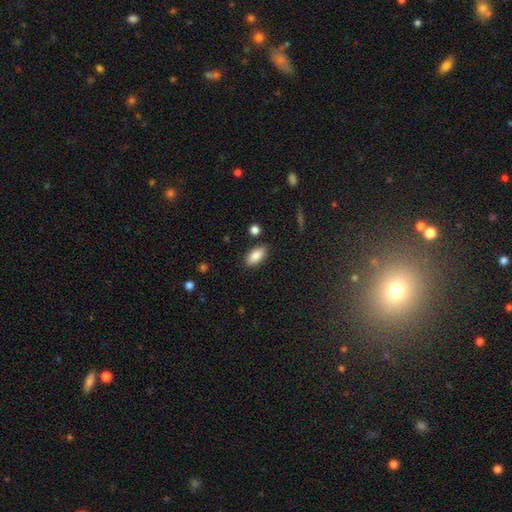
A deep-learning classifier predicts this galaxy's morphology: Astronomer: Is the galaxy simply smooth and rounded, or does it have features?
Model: smooth — 85%.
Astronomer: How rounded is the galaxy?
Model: in between — 90%.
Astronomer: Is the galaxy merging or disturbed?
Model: none — 86%.